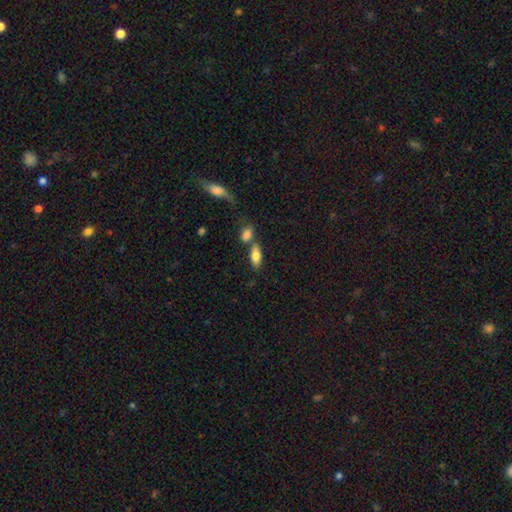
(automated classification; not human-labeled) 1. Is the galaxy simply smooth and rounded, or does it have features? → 78% smooth, 15% featured or disk, 7% star or artifact.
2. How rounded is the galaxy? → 80% in between, 17% cigar-shaped, 4% round.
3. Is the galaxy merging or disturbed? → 56% none, 28% merger, 12% minor disturbance, 4% major disturbance.